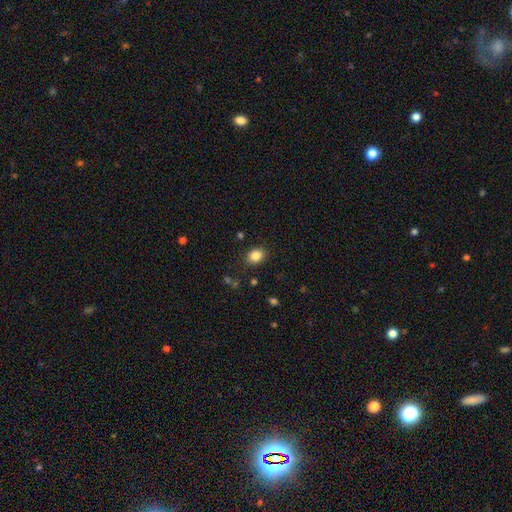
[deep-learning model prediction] This appears to be a smooth galaxy with no disk features (85%) that is round (55%). Merging: none (86%).